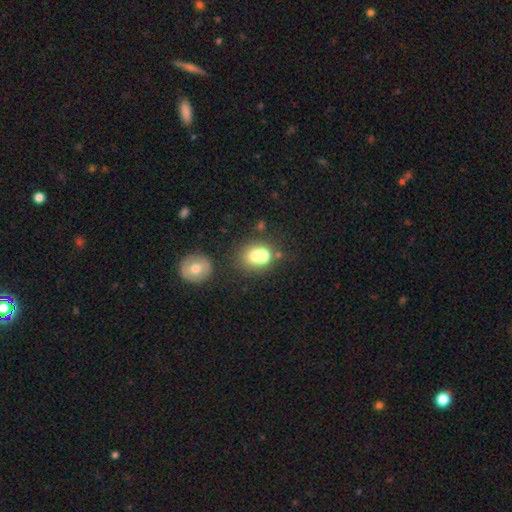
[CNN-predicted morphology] The model was most divided on "merging": merger: 41%, none: 40%, minor disturbance: 12%, major disturbance: 7%. More confident: smooth or featured — smooth (67%); how rounded — round (65%).